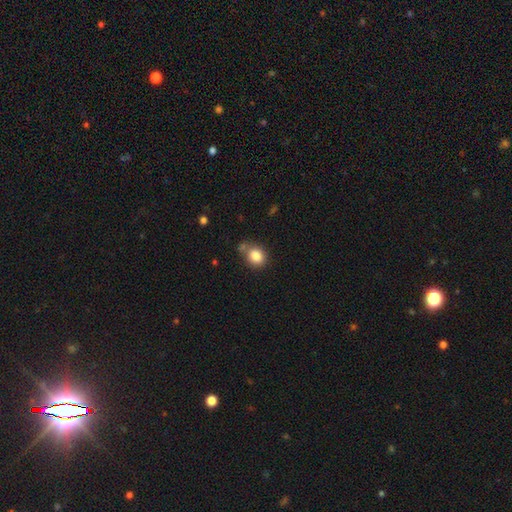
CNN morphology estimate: type=smooth (84%); roundness=round (57%); merging=none (62%).